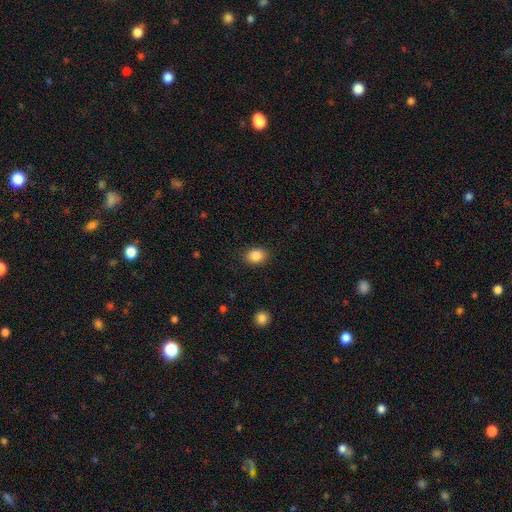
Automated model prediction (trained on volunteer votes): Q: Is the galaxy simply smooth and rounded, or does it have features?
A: smooth — 86%.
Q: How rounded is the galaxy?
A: in between — 68%.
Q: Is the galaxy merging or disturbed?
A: none — 87%.